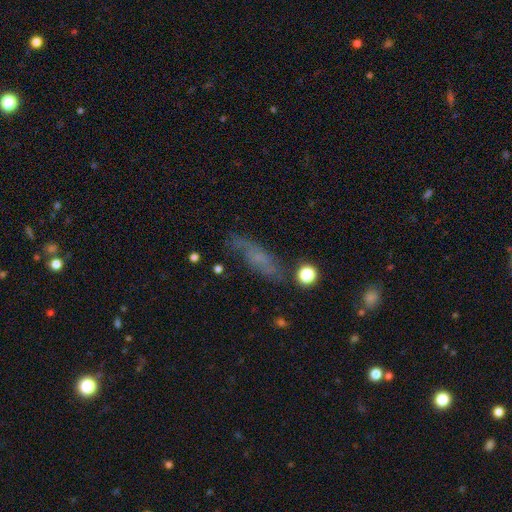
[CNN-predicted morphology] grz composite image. It shows a smooth galaxy with no disk features (43%). Merging: none (65%).